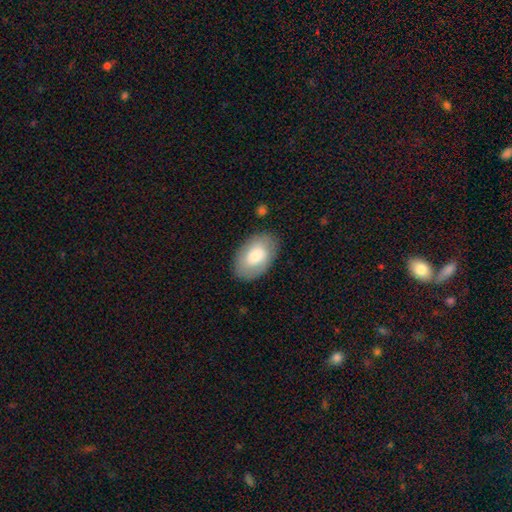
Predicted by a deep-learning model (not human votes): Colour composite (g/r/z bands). It shows a smooth galaxy with no disk features (74%) that is in between round and cigar-shaped (92%). Merging: none (83%).